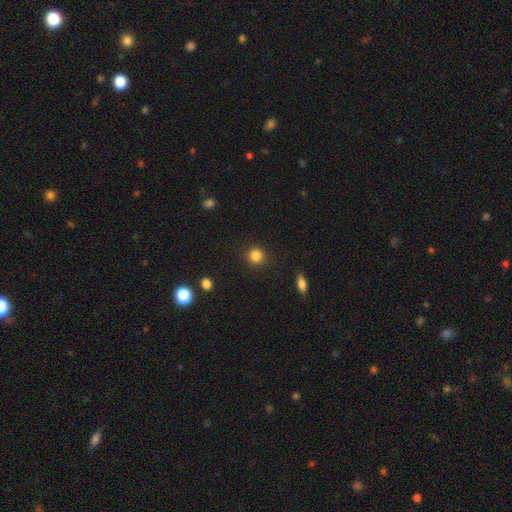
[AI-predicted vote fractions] A smooth galaxy with no disk features (85%) that is round (92%).

Vote fractions:
- Smooth or featured? smooth: 85% / star or artifact: 11% / featured or disk: 4%
- How rounded? round: 92% / in between: 7% / cigar-shaped: 1%
- Merging? none: 91% / minor disturbance: 6% / major disturbance: 2% / merger: 1%